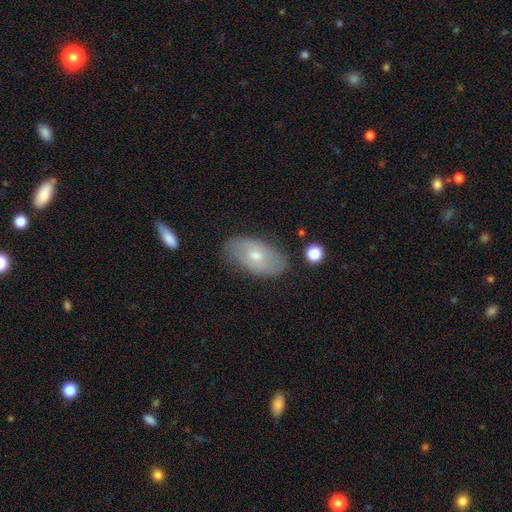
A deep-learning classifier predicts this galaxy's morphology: A smooth galaxy with no disk features (57%) that is in between round and cigar-shaped (93%).

Vote fractions:
- Smooth or featured? smooth: 57% / featured or disk: 35% / star or artifact: 8%
- How rounded? in between: 93% / round: 5% / cigar-shaped: 2%
- Merging? none: 80% / minor disturbance: 15% / major disturbance: 3% / merger: 2%